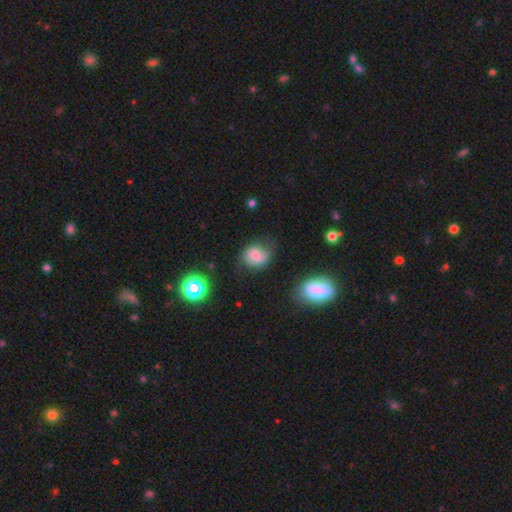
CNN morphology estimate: Smooth or featured: smooth — 61% (featured or disk — 28%)
How rounded: round — 66% (in between — 33%)
Merging: none — 63% (minor disturbance — 25%)